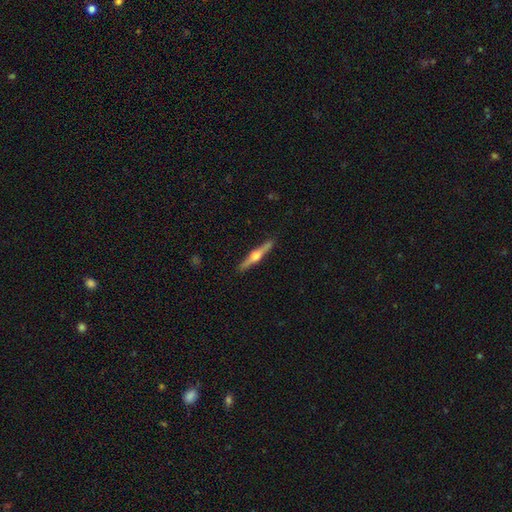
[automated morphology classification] A featured or disk galaxy (75%) viewed edge-on (98%) with a rounded central bulge (95%).

Vote fractions:
- Smooth or featured? featured or disk: 75% / smooth: 20% / star or artifact: 5%
- Edge-on disk? yes: 98% / no: 2%
- Edge-on bulge? rounded: 95% / boxy: 3% / none: 2%
- Merging? none: 91% / minor disturbance: 6% / major disturbance: 1% / merger: 1%